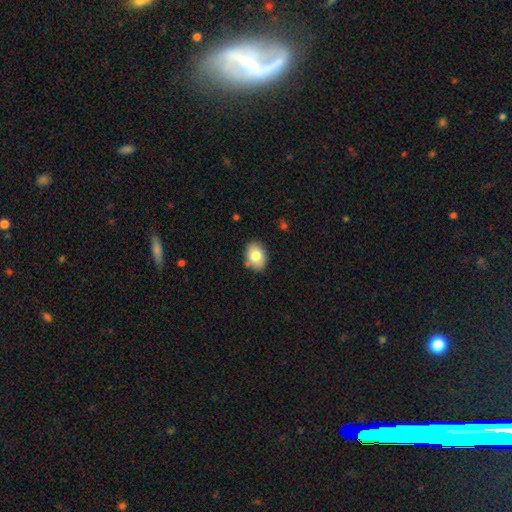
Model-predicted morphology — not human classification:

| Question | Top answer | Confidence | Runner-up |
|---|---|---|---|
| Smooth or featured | smooth | 80% | featured or disk (12%) |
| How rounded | in between | 72% | round (27%) |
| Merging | none | 84% | minor disturbance (12%) |